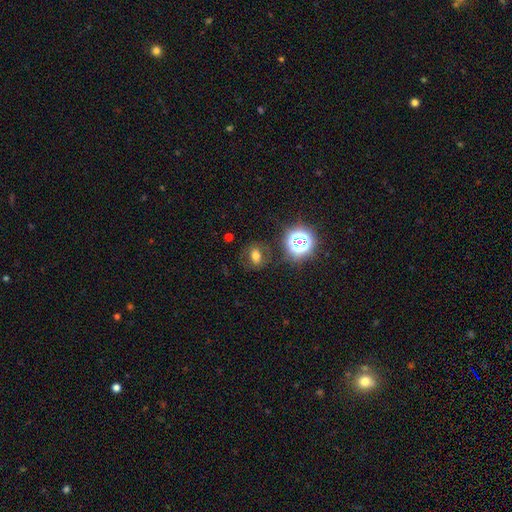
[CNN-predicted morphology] Overall: smooth (60%; star or artifact 25%). How rounded: in between (58%; round 41%). Merging: none (78%).